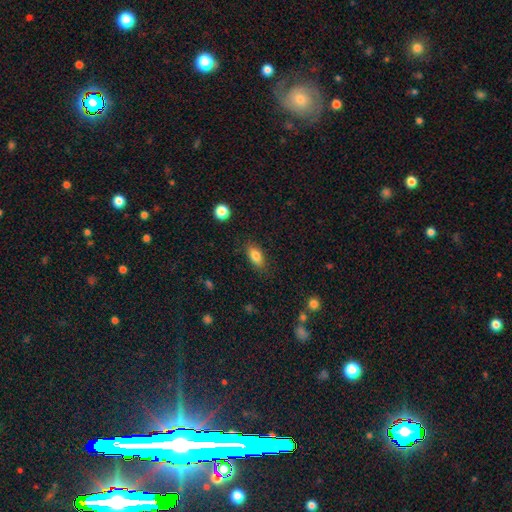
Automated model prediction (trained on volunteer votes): This is clearly a smooth galaxy (82%). How rounded: clearly in between (83%). Merging: clearly none (84%).